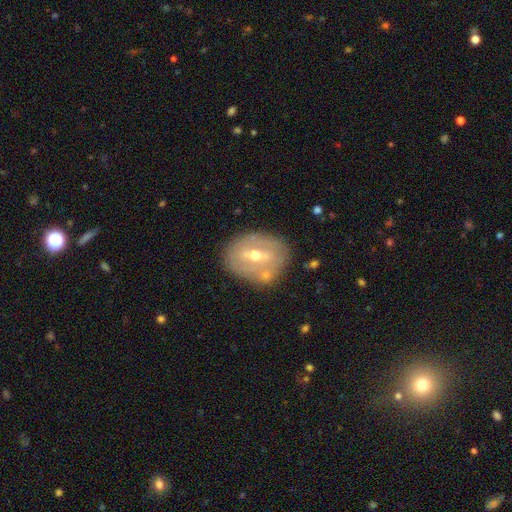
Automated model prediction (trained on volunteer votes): The model was most divided on "bar": strong: 43%, weak: 41%, no: 16%. More confident: edge-on disk — no (90%); merging — none (75%); smooth or featured — featured or disk (71%); bulge size — moderate (64%); spiral arms — no (62%).